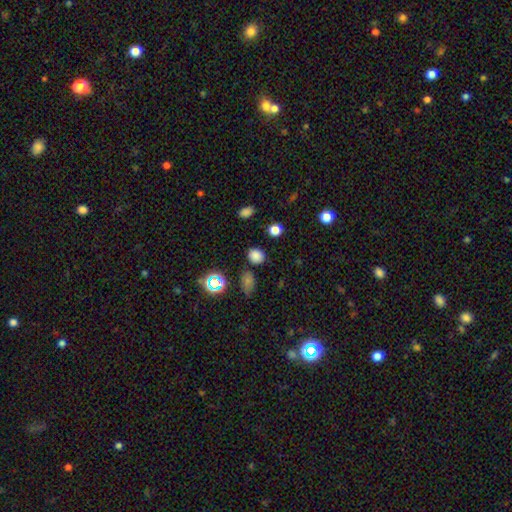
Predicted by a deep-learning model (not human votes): This is likely a smooth galaxy (77%). How rounded: likely round (62%). Merging: clearly none (81%).